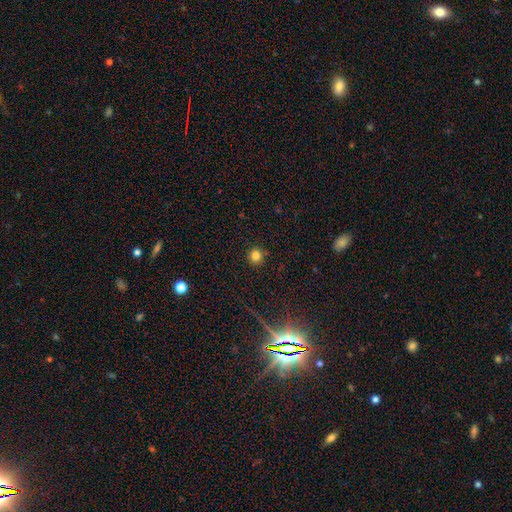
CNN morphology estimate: type=smooth (80%); roundness=round (92%); merging=none (91%).